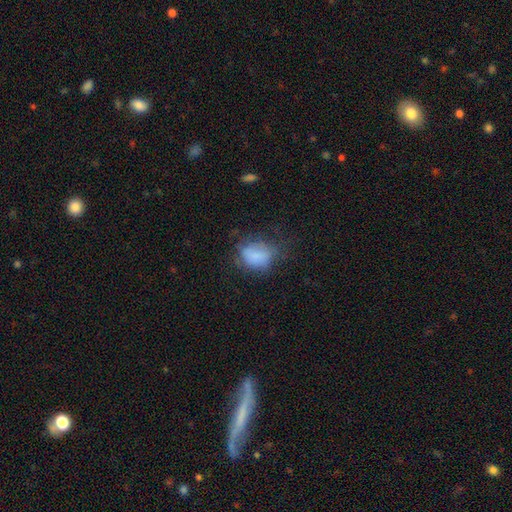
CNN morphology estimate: type=smooth (75%); roundness=in between (64%); merging=none (48%).